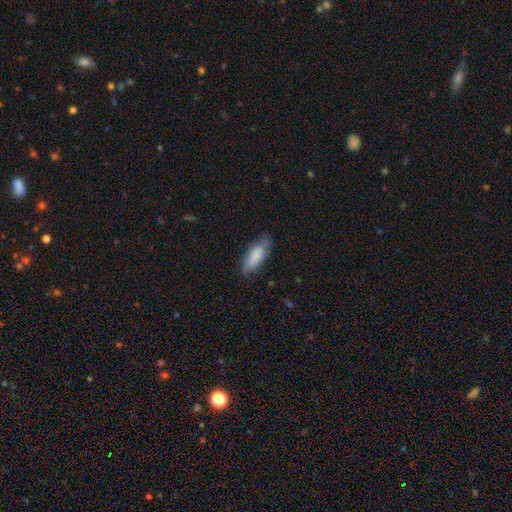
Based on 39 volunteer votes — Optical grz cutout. It shows a smooth galaxy with no disk features (95%) that is in between round and cigar-shaped (73%). Merging: none (72%).